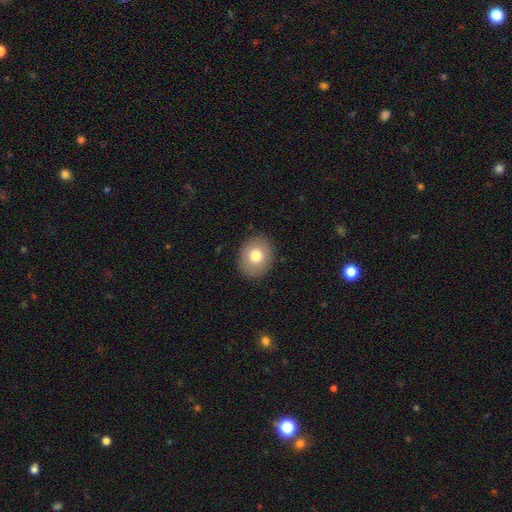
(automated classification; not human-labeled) smooth_or_featured: smooth (p=0.77) [alt: featured or disk p=0.15]
how_rounded: round (p=0.63) [alt: in between p=0.36]
merging: none (p=0.89) [alt: minor disturbance p=0.08]